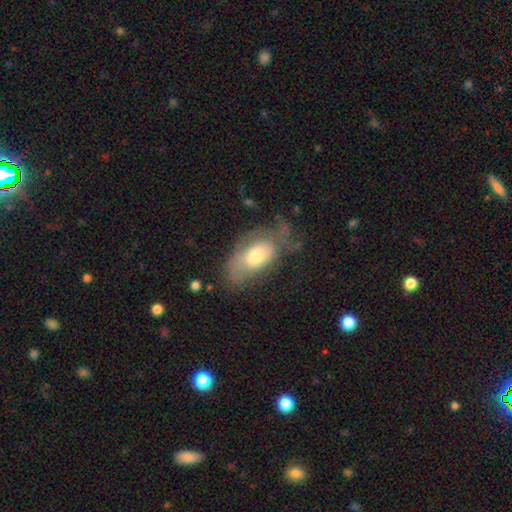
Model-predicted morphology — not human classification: smooth 58%, featured or disk 34%, star or artifact 7%. Down the decision tree: how rounded — in between (91%); merging — none (40%).